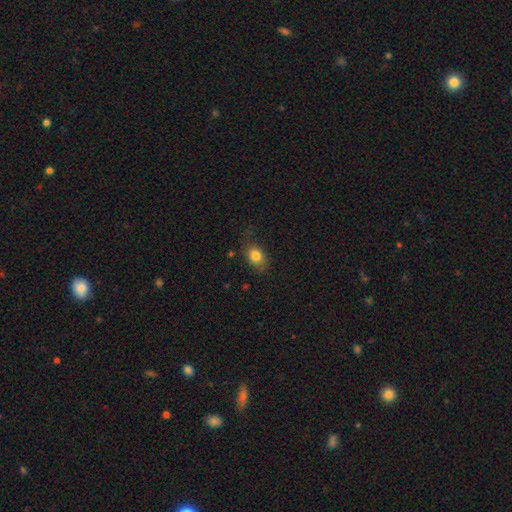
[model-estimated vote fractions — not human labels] Smooth or featured: smooth — 82% (star or artifact — 10%)
How rounded: in between — 69% (round — 30%)
Merging: none — 74% (minor disturbance — 19%)